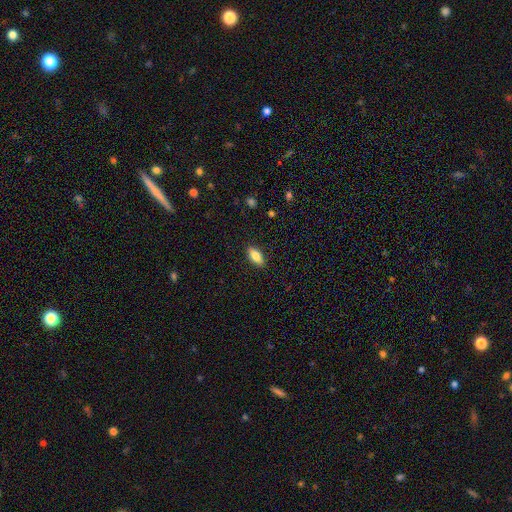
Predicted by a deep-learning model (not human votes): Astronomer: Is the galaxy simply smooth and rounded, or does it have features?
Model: smooth — 79%.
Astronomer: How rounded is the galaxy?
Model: in between — 81%.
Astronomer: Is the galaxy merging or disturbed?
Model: none — 88%.